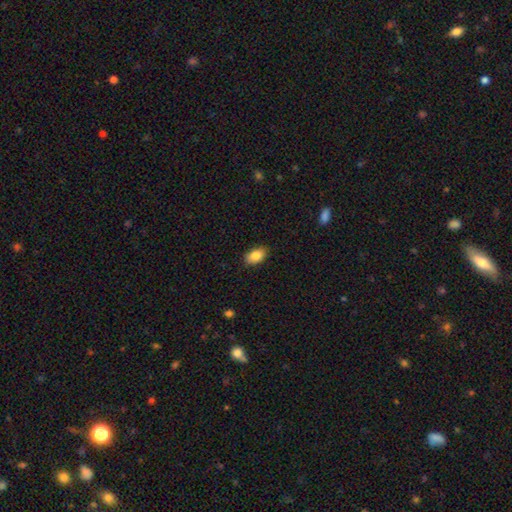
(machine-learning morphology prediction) This appears to be a smooth galaxy with no disk features (85%) that is in between round and cigar-shaped (91%). Merging: none (87%).